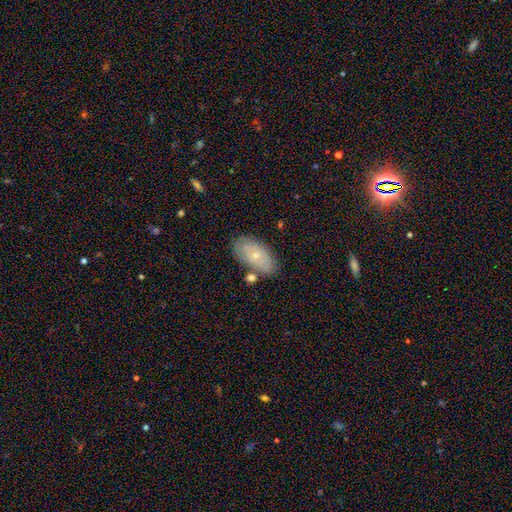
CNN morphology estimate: A smooth galaxy with no disk features (61%) that is in between round and cigar-shaped (93%). Merging: none (74%).